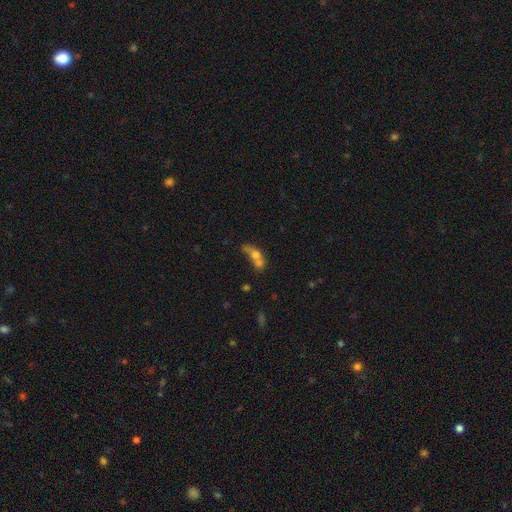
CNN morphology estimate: A smooth galaxy with no disk features (61%) that is in between round and cigar-shaped (54%).

Vote fractions:
- Smooth or featured? smooth: 61% / featured or disk: 27% / star or artifact: 12%
- How rounded? in between: 54% / round: 35% / cigar-shaped: 11%
- Merging? merger: 63% / none: 18% / major disturbance: 10% / minor disturbance: 9%